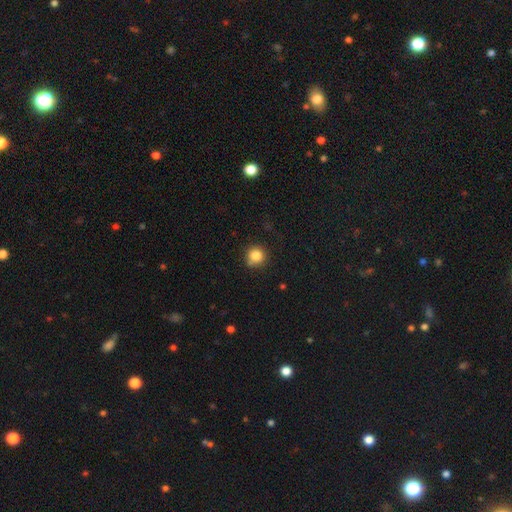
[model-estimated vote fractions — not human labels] smooth_or_featured: smooth (p=0.83) [alt: star or artifact p=0.11]
how_rounded: round (p=0.93) [alt: in between p=0.06]
merging: none (p=0.81) [alt: minor disturbance p=0.11]